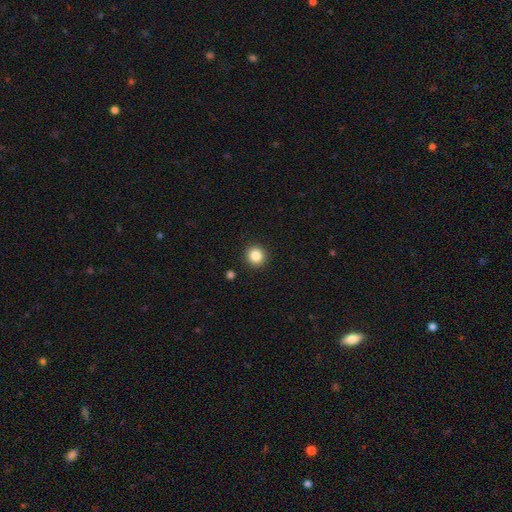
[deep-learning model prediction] This is clearly a smooth galaxy (86%). How rounded: clearly round (92%). Merging: clearly none (92%).